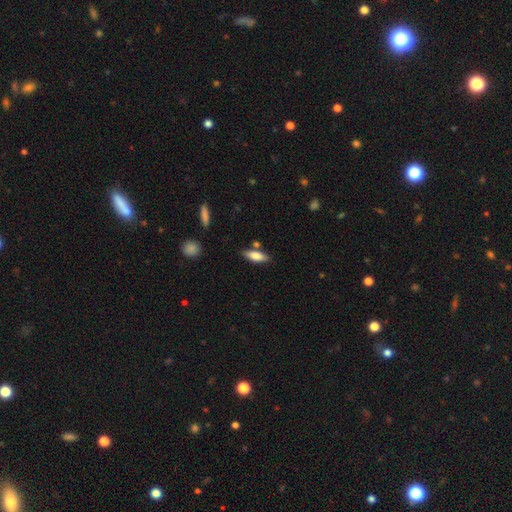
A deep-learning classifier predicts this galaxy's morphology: The model was most divided on "how rounded": in between: 60%, cigar-shaped: 38%, round: 2%. More confident: merging — none (76%); smooth or featured — smooth (75%).